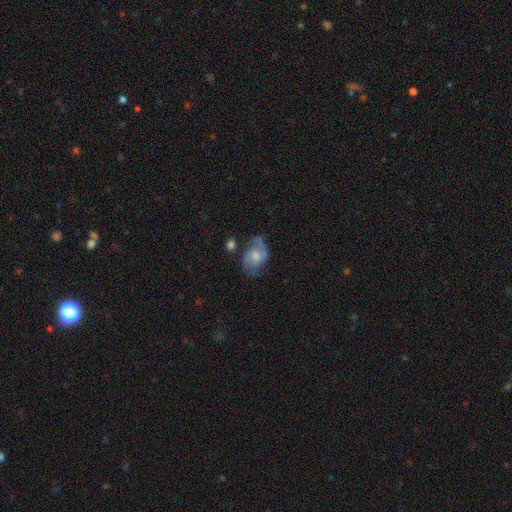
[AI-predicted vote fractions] Smooth or featured? Predicted: featured or disk (p=0.56). Edge-on disk? Predicted: no (p=0.96). Bar? Predicted: no (p=0.62). Spiral arms? Predicted: yes (p=0.79). Bulge size? Predicted: moderate (p=0.49). Merging? Predicted: none (p=0.45).